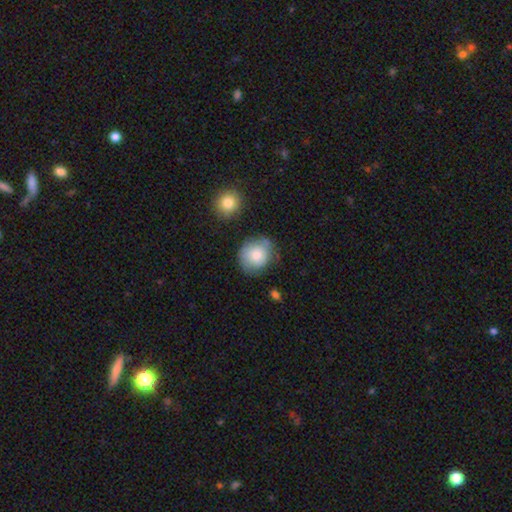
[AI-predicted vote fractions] The model was most divided on "merging": none: 66%, minor disturbance: 23%, major disturbance: 6%, merger: 4%. More confident: smooth or featured — smooth (75%); how rounded — round (73%).